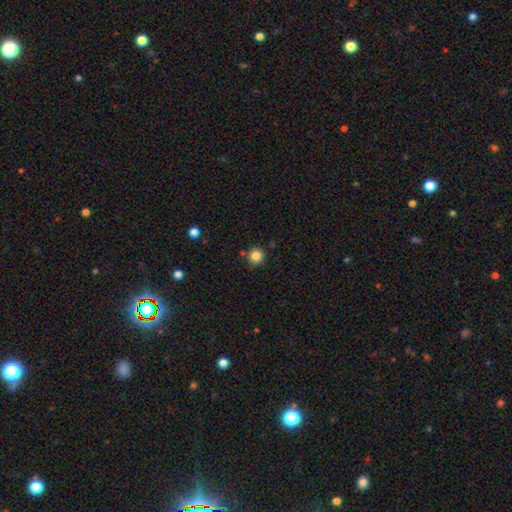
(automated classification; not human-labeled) smooth_or_featured: smooth (p=0.84) [alt: star or artifact p=0.11]
how_rounded: round (p=0.94) [alt: in between p=0.05]
merging: none (p=0.86) [alt: minor disturbance p=0.08]